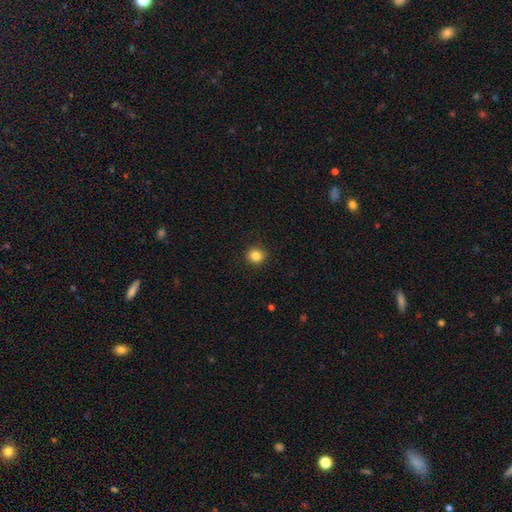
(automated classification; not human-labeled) smooth-or-featured: smooth: 84% | star or artifact: 11% | featured or disk: 5%
  how-rounded: round: 90% | in between: 9% | cigar-shaped: 1%
  merging: none: 91% | minor disturbance: 6% | major disturbance: 2% | merger: 1%